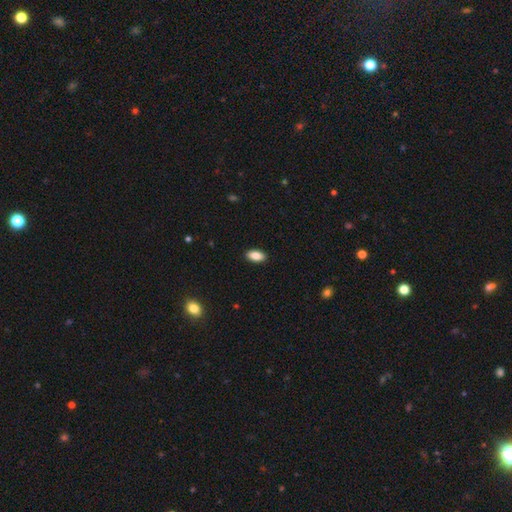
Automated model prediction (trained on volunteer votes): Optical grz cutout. It shows a smooth galaxy with no disk features (87%) that is in between round and cigar-shaped (91%). Merging: none (90%).